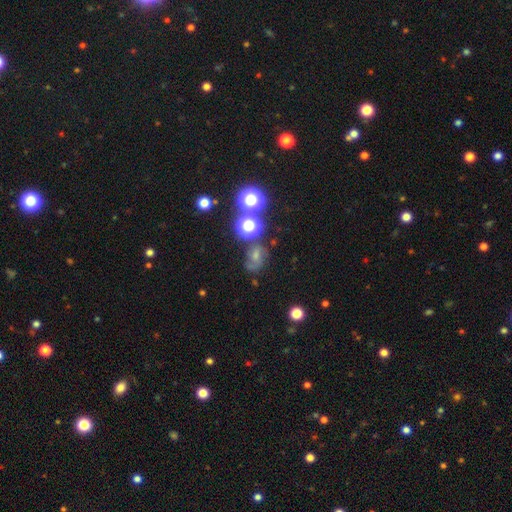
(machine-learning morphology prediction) A smooth galaxy with no disk features (38%). Merging: none (51%).